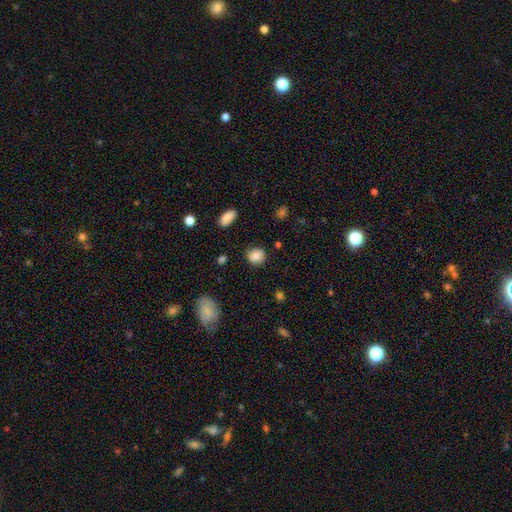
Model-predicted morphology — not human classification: smooth-or-featured: smooth: 83% | star or artifact: 10% | featured or disk: 8%
  how-rounded: round: 77% | in between: 21% | cigar-shaped: 1%
  merging: none: 85% | minor disturbance: 11% | major disturbance: 3% | merger: 2%